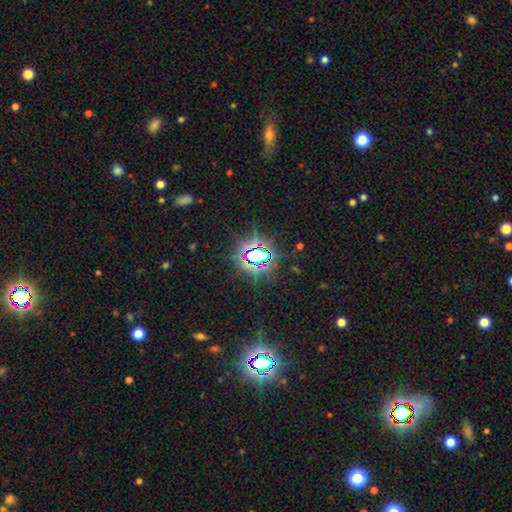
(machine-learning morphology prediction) The model was most divided on "smooth or featured": star or artifact: 78%, smooth: 13%, featured or disk: 9%.